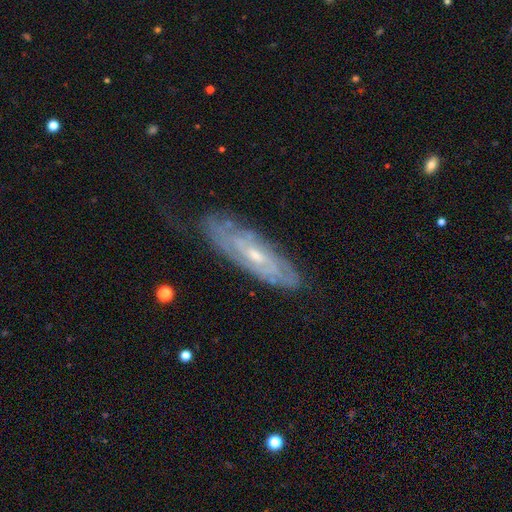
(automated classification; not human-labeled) A featured or disk galaxy (79%) with no bar (55%), tight (69%) spiral arms (89%) and a small central bulge (58%). Merging: none (71%).